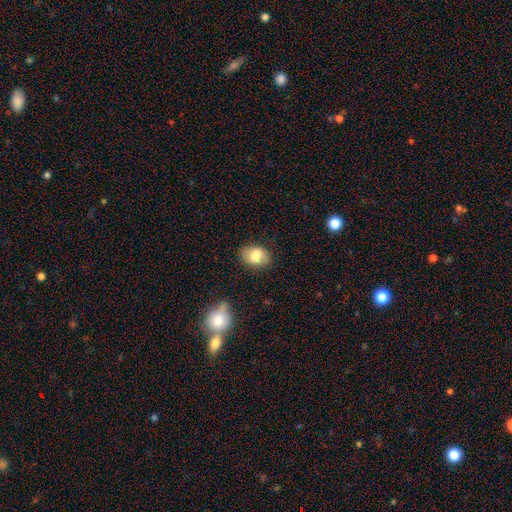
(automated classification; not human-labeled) Smooth or featured? Predicted: smooth (p=0.77). How rounded? Predicted: in between (p=0.70). Merging? Predicted: none (p=0.79).